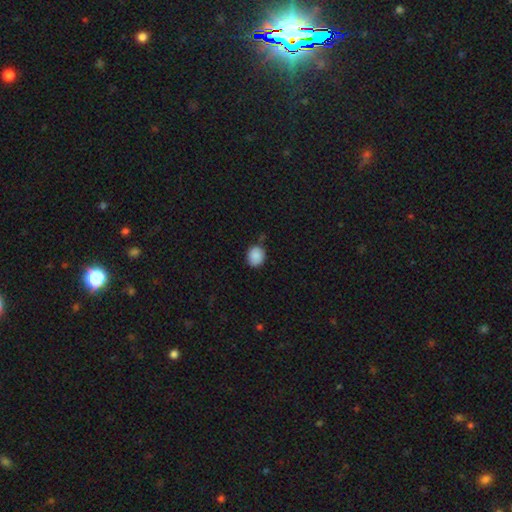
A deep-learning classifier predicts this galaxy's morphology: This appears to be a smooth galaxy with no disk features (87%) that is round (65%). Merging: none (78%).